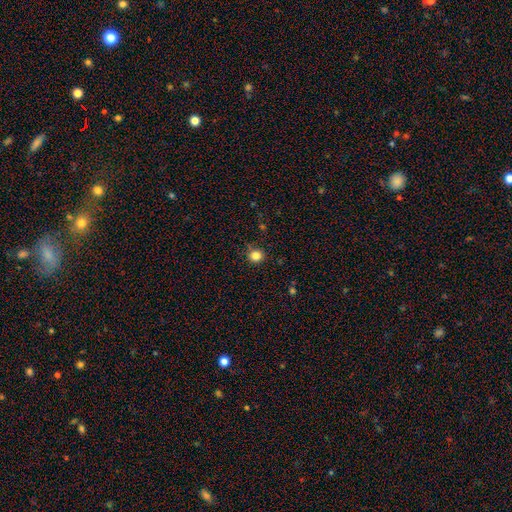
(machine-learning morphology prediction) A smooth galaxy with no disk features (83%) that is round (90%). Merging: none (87%).